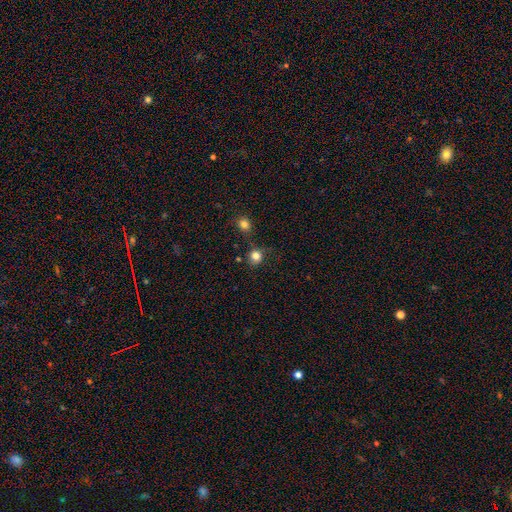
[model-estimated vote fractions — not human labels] A smooth galaxy with no disk features (81%) that is round (86%). Merging: none (68%).